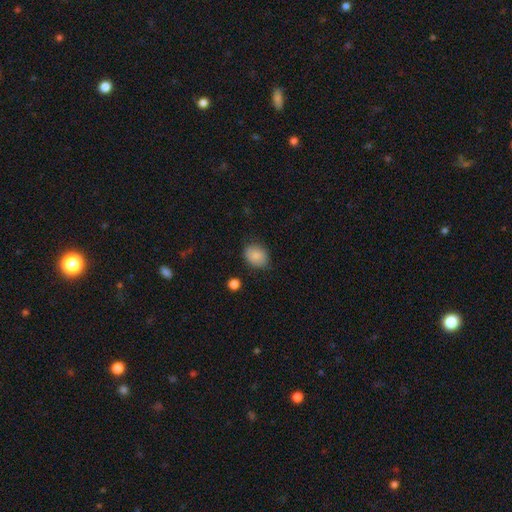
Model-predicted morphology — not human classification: A smooth galaxy with no disk features (83%) that is in between round and cigar-shaped (54%).

Vote fractions:
- Smooth or featured? smooth: 83% / featured or disk: 9% / star or artifact: 8%
- How rounded? in between: 54% / round: 45% / cigar-shaped: 1%
- Merging? none: 80% / minor disturbance: 15% / major disturbance: 3% / merger: 2%